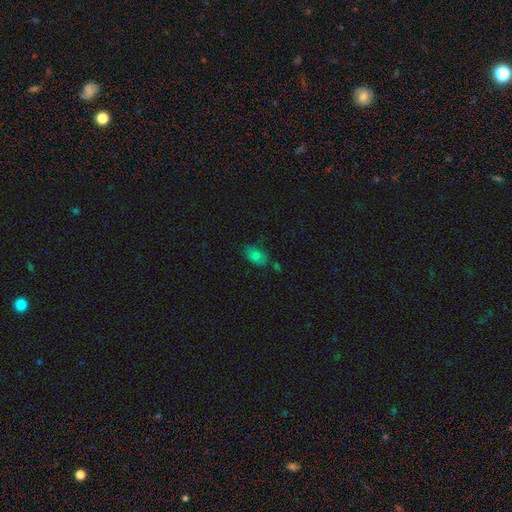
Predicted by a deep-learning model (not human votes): Smooth or featured? smooth (75%)
How rounded? in between (86%)
Merging? none (63%)